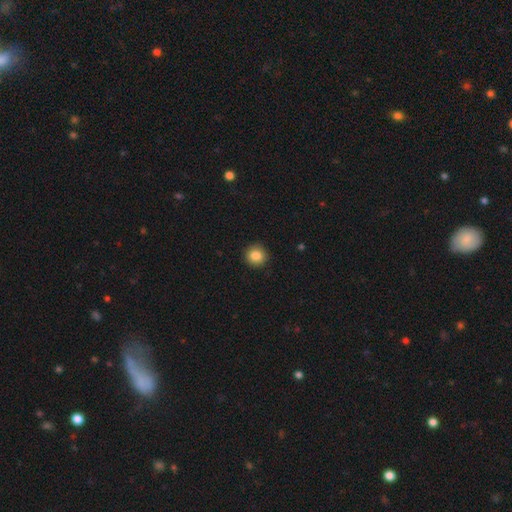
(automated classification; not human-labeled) Smooth or featured?
  - smooth: 86% *
  - star or artifact: 10%
  - featured or disk: 5%
How rounded?
  - round: 90% *
  - in between: 9%
  - cigar-shaped: 1%
Merging?
  - none: 90% *
  - minor disturbance: 7%
  - major disturbance: 2%
  - merger: 1%